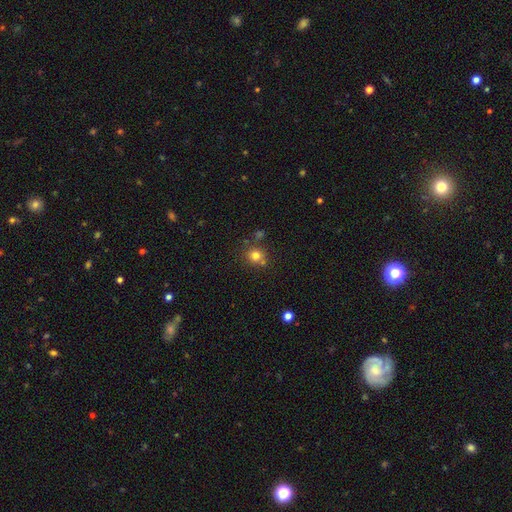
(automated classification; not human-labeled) A smooth galaxy with no disk features (76%) that is round (89%).

Vote fractions:
- Smooth or featured? smooth: 76% / star or artifact: 15% / featured or disk: 8%
- How rounded? round: 89% / in between: 10% / cigar-shaped: 1%
- Merging? none: 71% / merger: 15% / minor disturbance: 10% / major disturbance: 3%